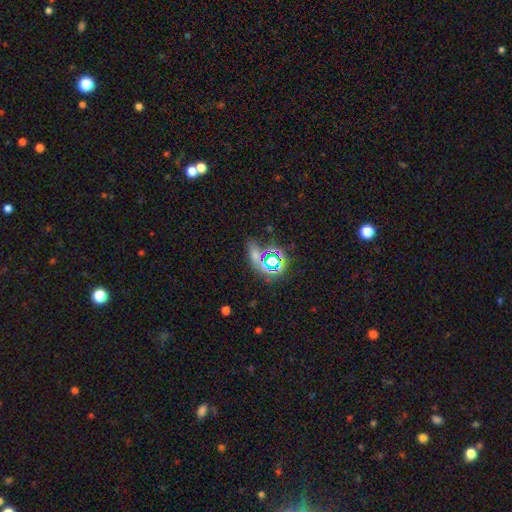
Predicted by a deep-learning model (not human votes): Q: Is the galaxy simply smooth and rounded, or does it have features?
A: star or artifact — 53%.